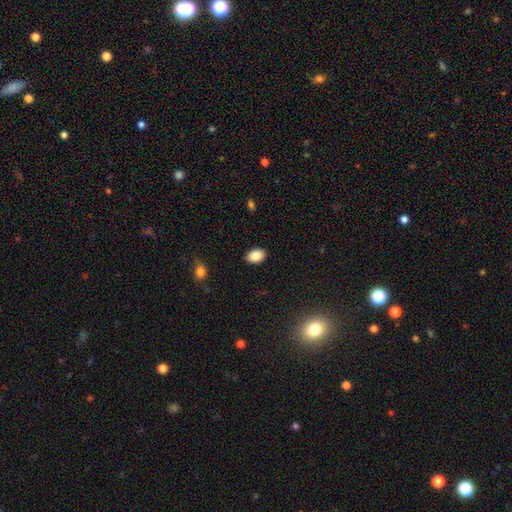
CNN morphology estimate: smooth 88%, star or artifact 8%, featured or disk 4%. Down the decision tree: how rounded — in between (87%); merging — none (88%).